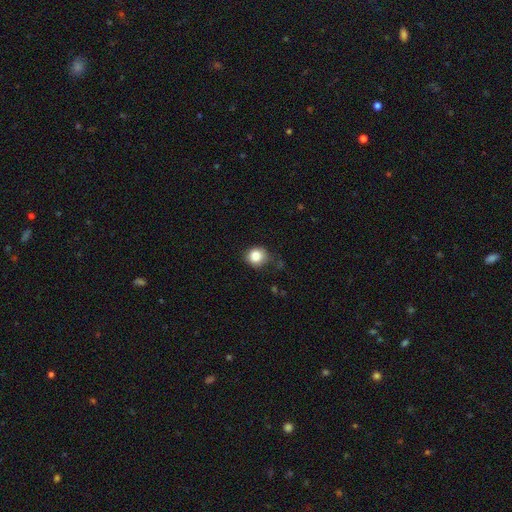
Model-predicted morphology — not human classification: Smooth or featured: smooth — 83% (star or artifact — 10%)
How rounded: round — 87% (in between — 12%)
Merging: none — 78% (minor disturbance — 16%)